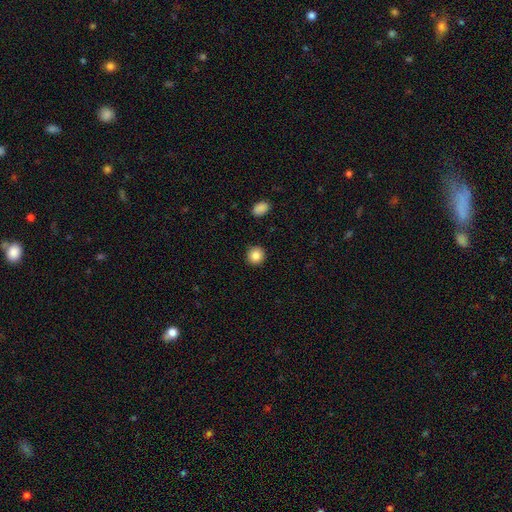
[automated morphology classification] Overall: smooth (85%). How rounded: round (92%). Merging: none (91%).